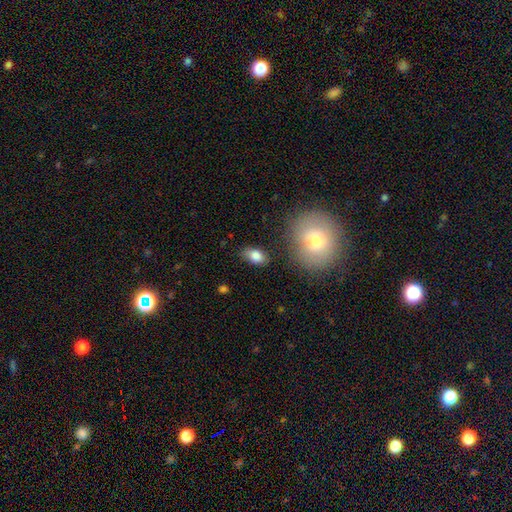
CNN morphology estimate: type=smooth (83%); roundness=in between (86%); merging=none (77%).